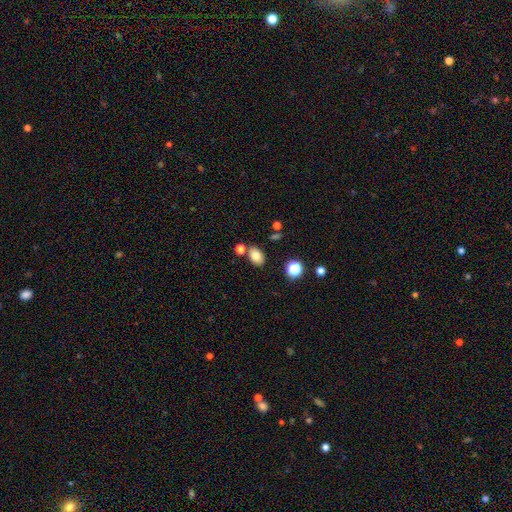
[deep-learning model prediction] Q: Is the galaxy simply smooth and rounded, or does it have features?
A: smooth — 79%.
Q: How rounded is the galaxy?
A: in between — 81%.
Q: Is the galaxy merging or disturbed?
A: none — 78%.